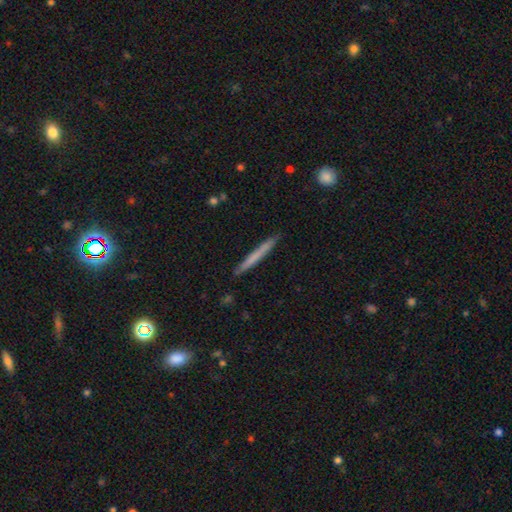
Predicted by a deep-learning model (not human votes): smooth 64%, featured or disk 31%, star or artifact 6%. Down the decision tree: how rounded — cigar-shaped (97%); merging — none (90%).